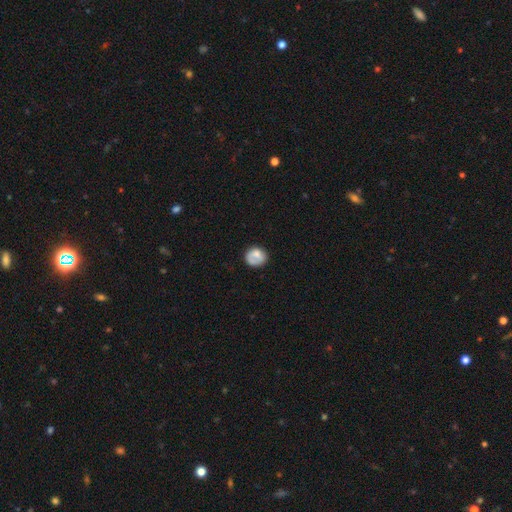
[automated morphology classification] A smooth galaxy with no disk features (68%) that is round (78%). Merging: none (64%).